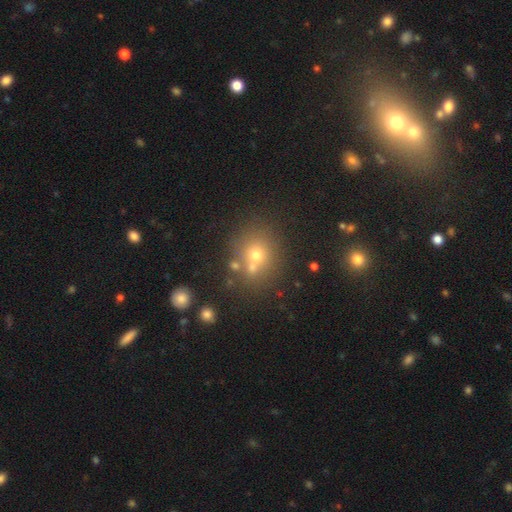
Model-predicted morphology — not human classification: A smooth galaxy with no disk features (64%) that is round (82%). Merging: none (59%).